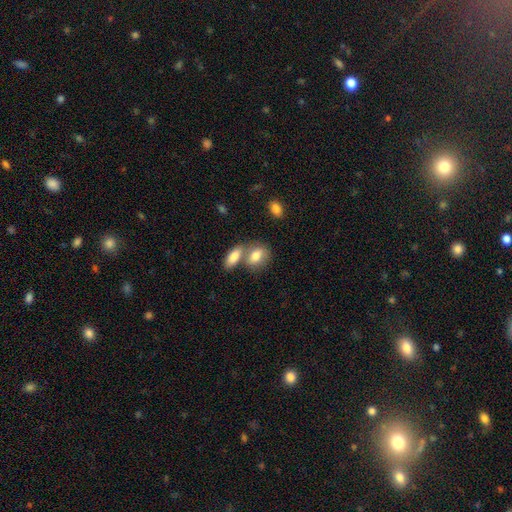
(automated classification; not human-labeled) Morphology: type=smooth (80%); roundness=in between (78%); merging=merger (48%).